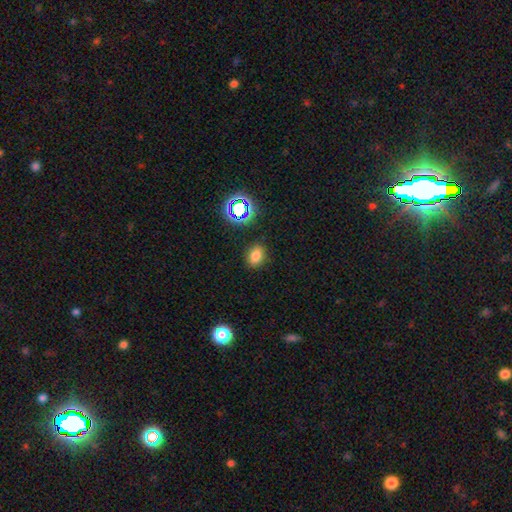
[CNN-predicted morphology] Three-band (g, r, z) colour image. It shows a smooth galaxy with no disk features (75%) that is in between round and cigar-shaped (71%). Merging: none (85%).